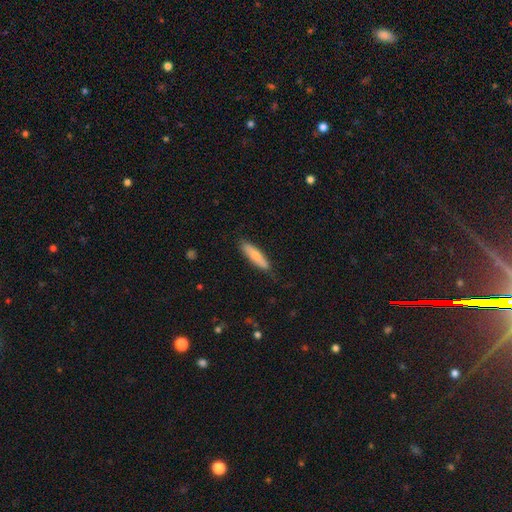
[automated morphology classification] A smooth galaxy with no disk features (71%) that is cigar-shaped (72%). Merging: none (81%).